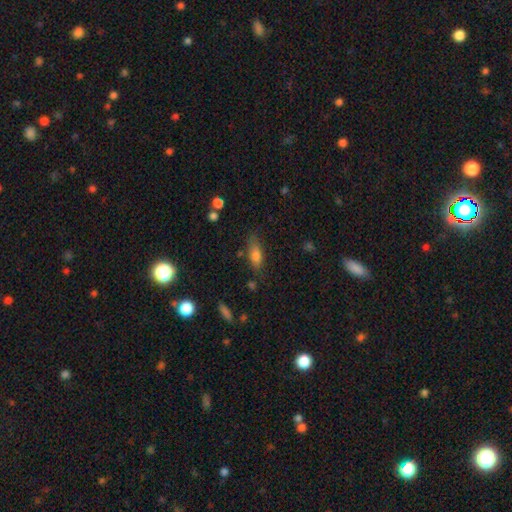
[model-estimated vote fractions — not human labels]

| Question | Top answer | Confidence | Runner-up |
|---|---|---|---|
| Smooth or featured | smooth | 76% | featured or disk (15%) |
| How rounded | in between | 73% | cigar-shaped (24%) |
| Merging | none | 70% | minor disturbance (20%) |